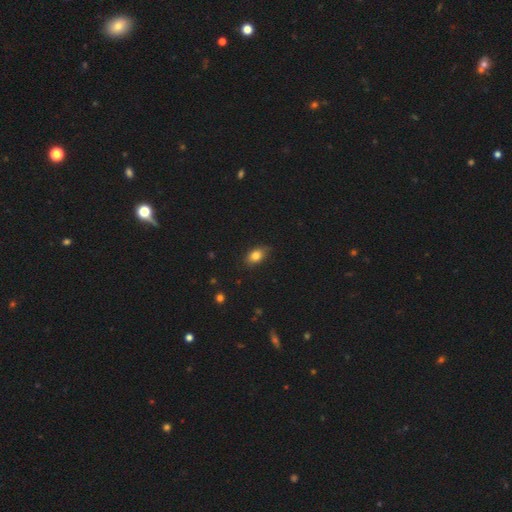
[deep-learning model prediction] Smooth or featured?
  - smooth: 82% *
  - star or artifact: 9%
  - featured or disk: 9%
How rounded?
  - in between: 79% *
  - round: 18%
  - cigar-shaped: 2%
Merging?
  - none: 76% *
  - minor disturbance: 20%
  - major disturbance: 3%
  - merger: 1%